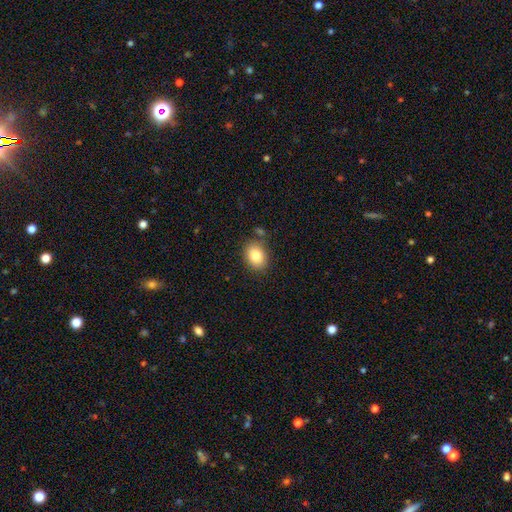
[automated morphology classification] Smooth or featured? Predicted: smooth (p=0.84). How rounded? Predicted: in between (p=0.65). Merging? Predicted: none (p=0.80).